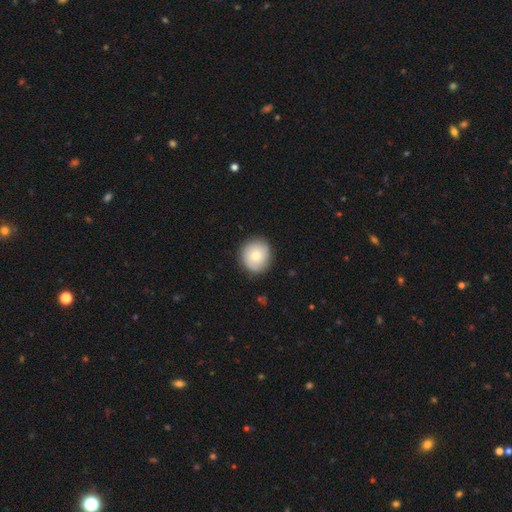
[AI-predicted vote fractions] Morphology: type=smooth (75%); roundness=round (89%); merging=none (87%).